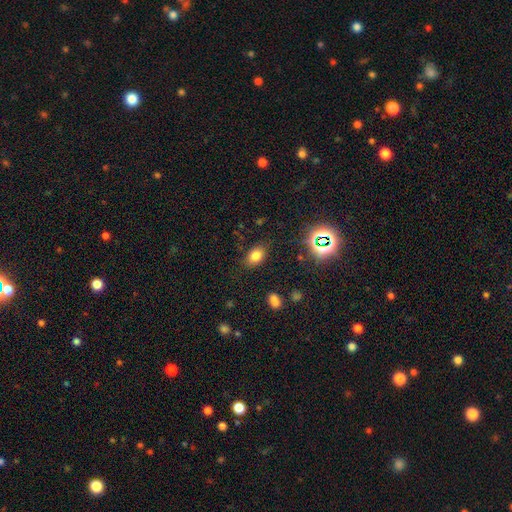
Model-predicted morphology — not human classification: A smooth galaxy with no disk features (76%) that is in between round and cigar-shaped (81%). Merging: none (83%).